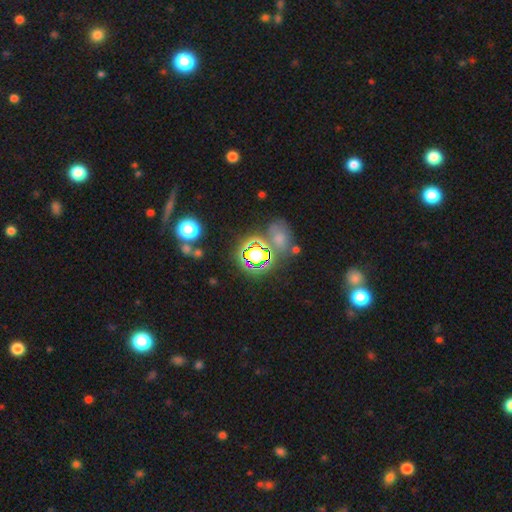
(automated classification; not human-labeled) Smooth or featured? star or artifact (60%)